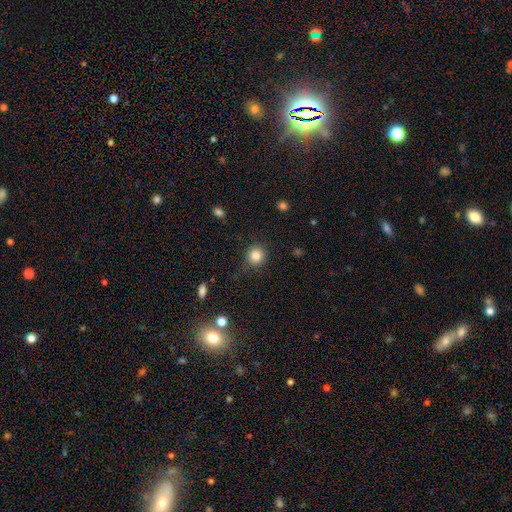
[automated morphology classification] A smooth galaxy with no disk features (83%) that is round (91%). Merging: none (86%).